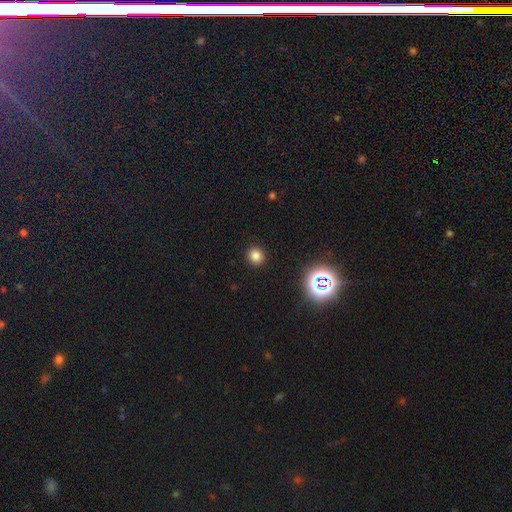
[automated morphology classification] Overall: smooth (79%). How rounded: round (91%). Merging: none (92%).